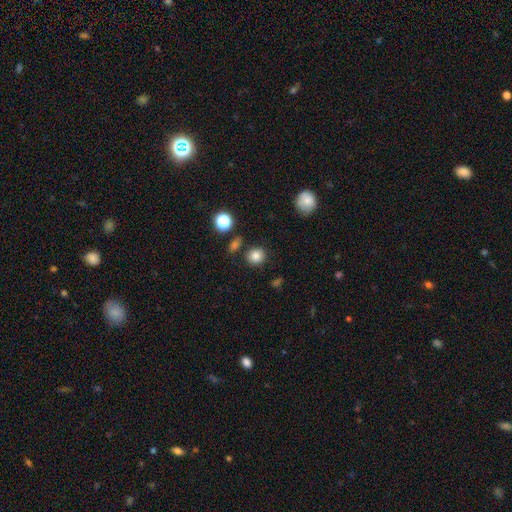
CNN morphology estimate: This is clearly a smooth galaxy (81%). How rounded: clearly round (85%). Merging: clearly none (83%).